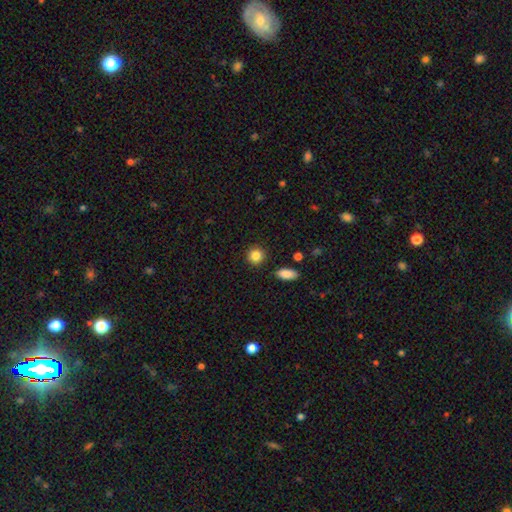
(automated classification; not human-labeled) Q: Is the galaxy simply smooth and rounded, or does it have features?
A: smooth — 86%.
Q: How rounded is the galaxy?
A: round — 90%.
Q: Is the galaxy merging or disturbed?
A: none — 90%.